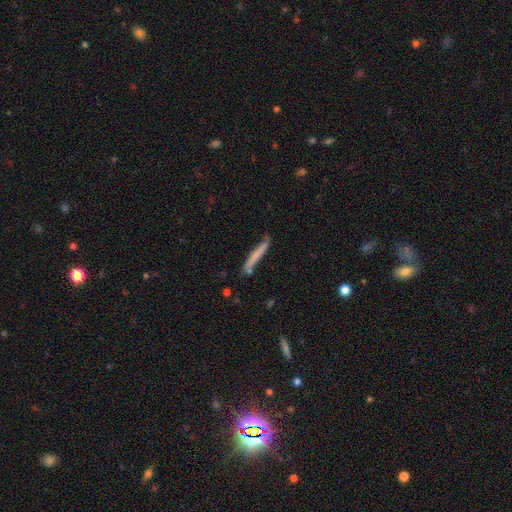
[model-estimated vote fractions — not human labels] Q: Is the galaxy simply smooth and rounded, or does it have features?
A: smooth — 65%.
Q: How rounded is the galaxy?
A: cigar-shaped — 96%.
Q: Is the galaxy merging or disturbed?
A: none — 79%.